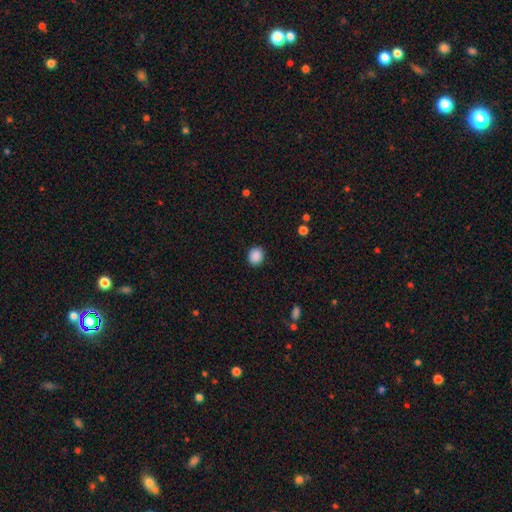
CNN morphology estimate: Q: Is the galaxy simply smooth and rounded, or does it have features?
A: smooth — 89%.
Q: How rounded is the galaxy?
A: round — 74%.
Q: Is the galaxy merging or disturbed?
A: none — 90%.